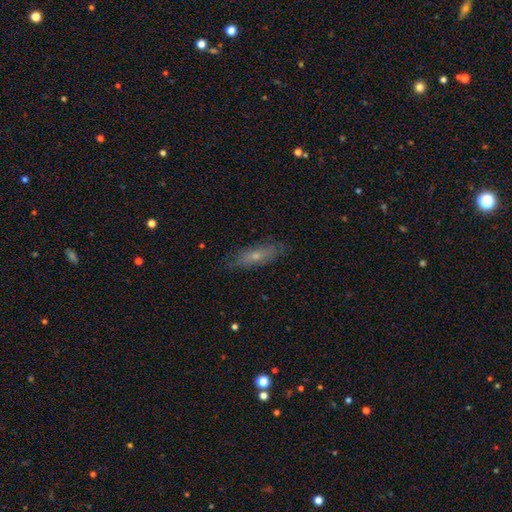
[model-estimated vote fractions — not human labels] smooth 49%, featured or disk 41%, star or artifact 10%. Down the decision tree: merging — none (82%).